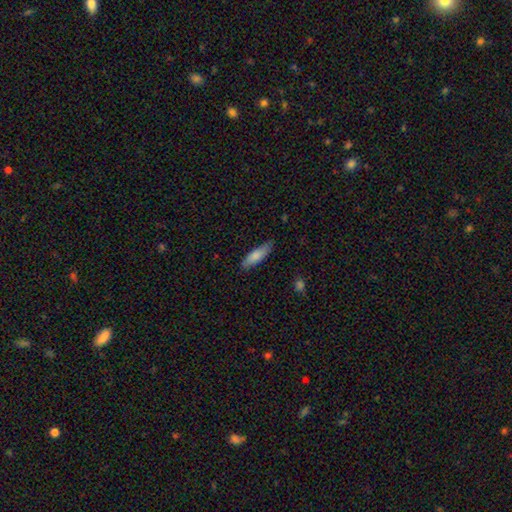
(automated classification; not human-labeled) This appears to be a smooth galaxy with no disk features (80%) that is cigar-shaped (62%). Merging: none (81%).